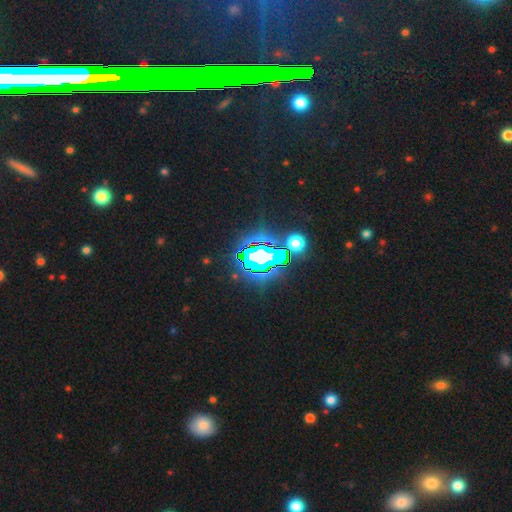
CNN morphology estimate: The model was most divided on "smooth or featured": star or artifact: 80%, smooth: 11%, featured or disk: 9%.